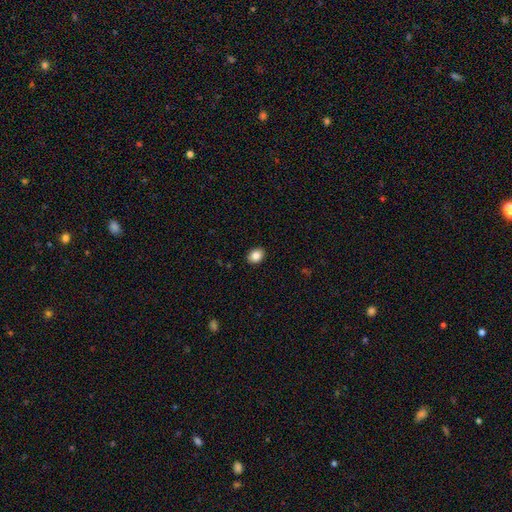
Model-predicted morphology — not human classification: Q: Smooth or featured?
A: smooth (86%); runner-up: star or artifact (9%)
Q: How rounded?
A: in between (65%); runner-up: round (34%)
Q: Merging?
A: none (91%); runner-up: minor disturbance (7%)